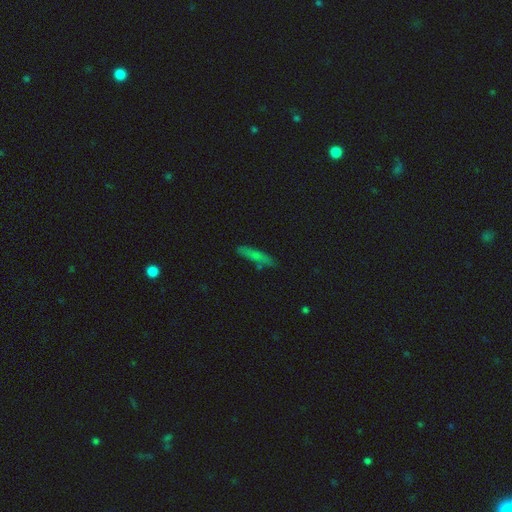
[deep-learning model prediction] A smooth galaxy with no disk features (65%) that is cigar-shaped (82%). Merging: none (76%).